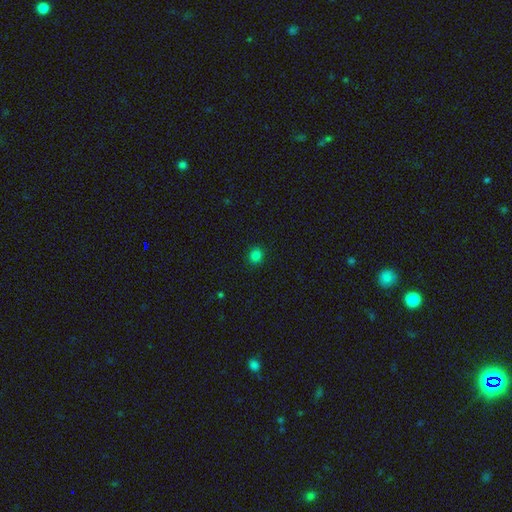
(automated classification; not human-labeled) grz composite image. It shows a smooth galaxy with no disk features (81%) that is round (78%). Merging: none (91%).